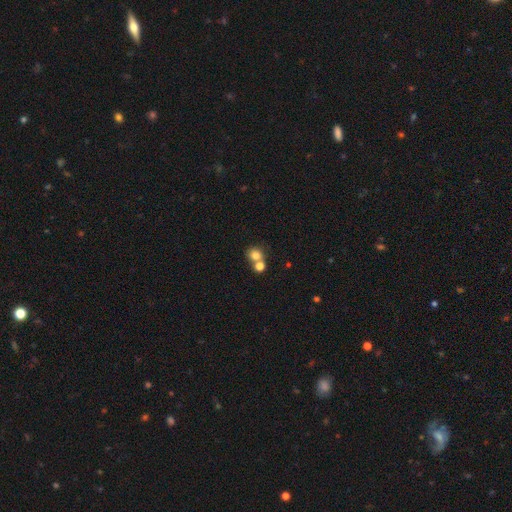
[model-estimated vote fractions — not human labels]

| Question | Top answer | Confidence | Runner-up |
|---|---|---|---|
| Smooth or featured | smooth | 78% | star or artifact (13%) |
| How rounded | round | 81% | in between (18%) |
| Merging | none | 50% | merger (40%) |